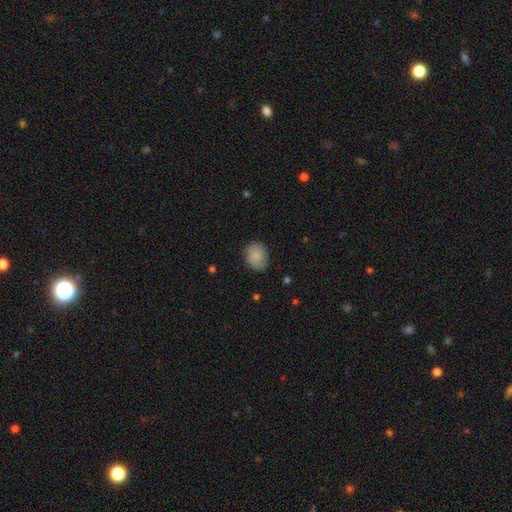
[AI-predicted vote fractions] This appears to be a smooth galaxy with no disk features (83%) that is round (54%). Merging: none (77%).